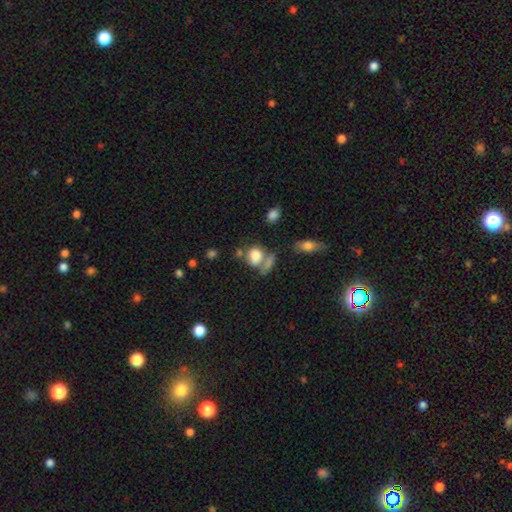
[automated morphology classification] A smooth galaxy with no disk features (78%) that is in between round and cigar-shaped (57%).

Vote fractions:
- Smooth or featured? smooth: 78% / featured or disk: 12% / star or artifact: 10%
- How rounded? in between: 57% / round: 41% / cigar-shaped: 3%
- Merging? merger: 39% / none: 36% / minor disturbance: 14% / major disturbance: 10%